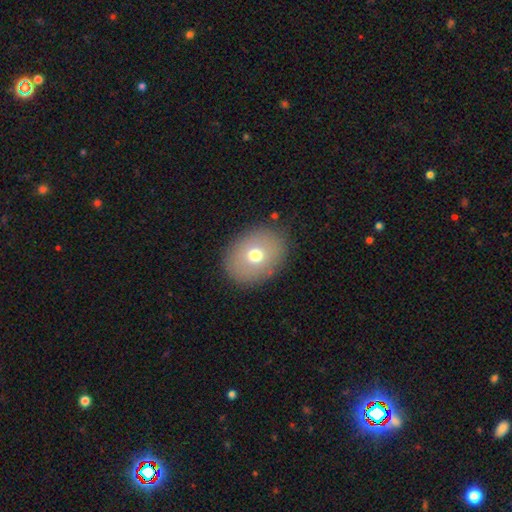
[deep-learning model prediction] A smooth galaxy with no disk features (69%) that is in between round and cigar-shaped (59%). Merging: none (87%).